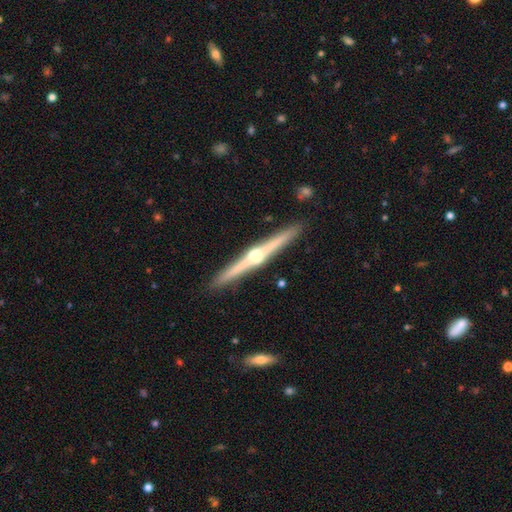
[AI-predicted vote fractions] Smooth or featured? featured or disk (83%)
Edge-on disk? yes (99%)
Edge-on bulge? rounded (94%)
Merging? none (92%)